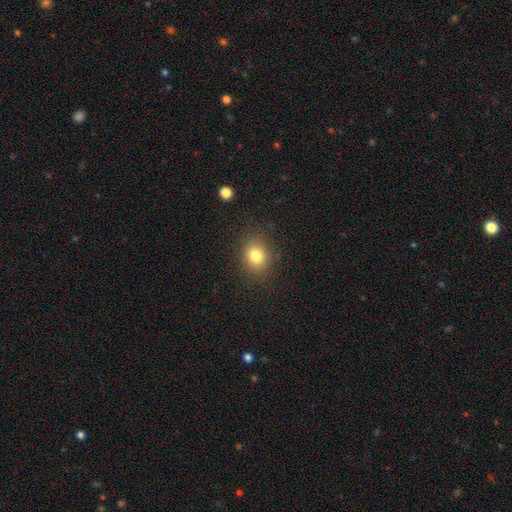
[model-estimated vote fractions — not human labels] Overall: smooth (81%). How rounded: round (62%; in between 37%). Merging: none (86%).